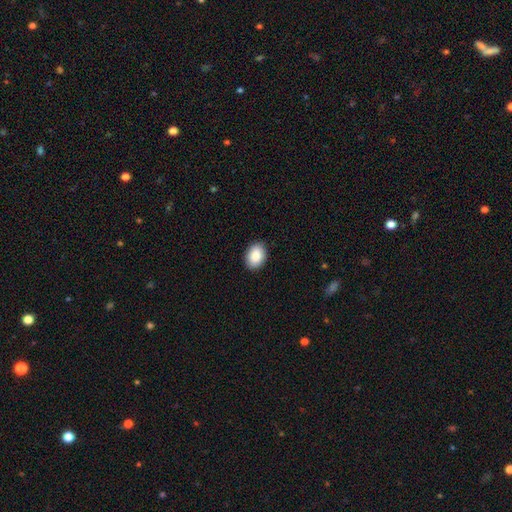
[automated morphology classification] Overall: smooth (89%). How rounded: in between (80%). Merging: none (90%).